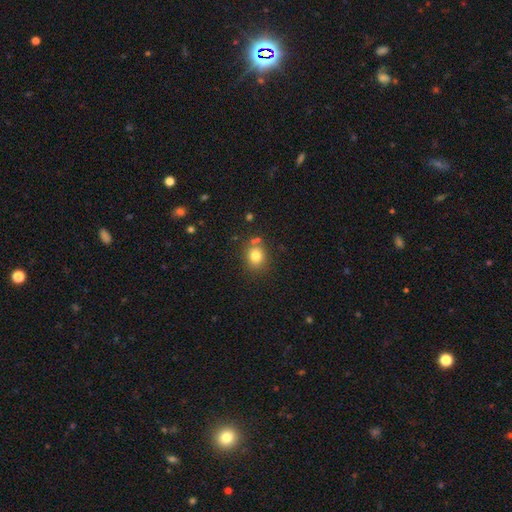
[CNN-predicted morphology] Smooth or featured: smooth — 80% (star or artifact — 12%)
How rounded: round — 69% (in between — 30%)
Merging: none — 74% (minor disturbance — 13%)